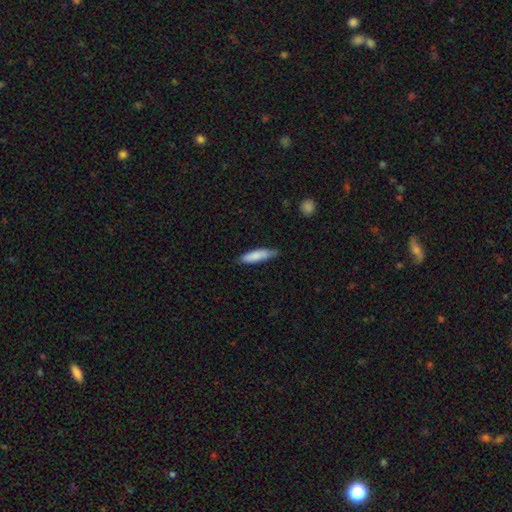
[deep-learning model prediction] smooth-or-featured: smooth: 82% | featured or disk: 12% | star or artifact: 6%
  how-rounded: cigar-shaped: 69% | in between: 29% | round: 1%
  merging: none: 69% | minor disturbance: 26% | major disturbance: 3% | merger: 2%